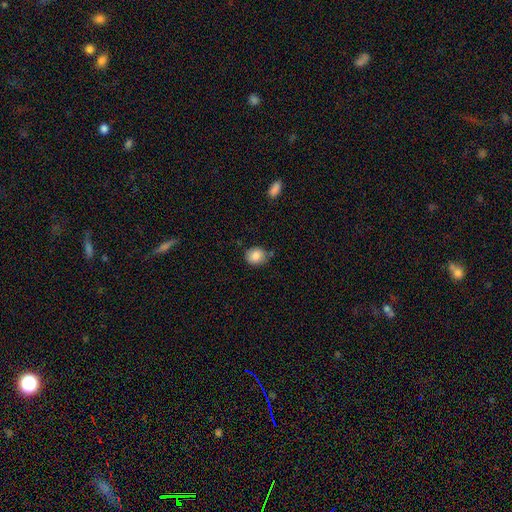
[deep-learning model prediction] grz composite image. It shows a smooth galaxy with no disk features (84%) that is round (71%). Merging: none (70%).